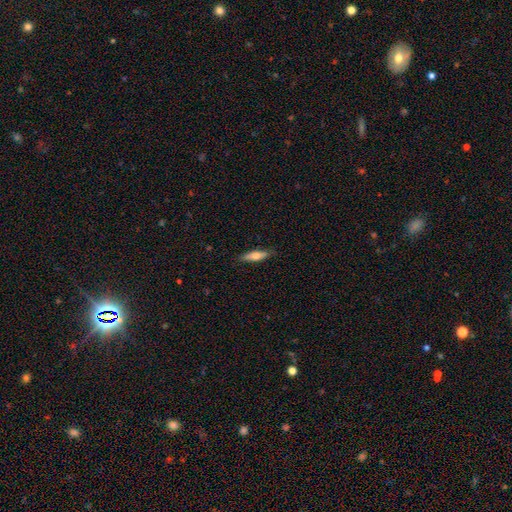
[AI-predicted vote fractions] Q: Smooth or featured?
A: smooth (62%); runner-up: featured or disk (32%)
Q: How rounded?
A: cigar-shaped (67%); runner-up: in between (31%)
Q: Merging?
A: none (85%); runner-up: minor disturbance (11%)